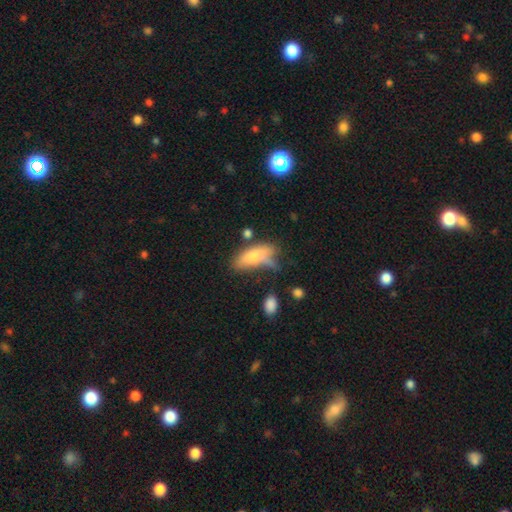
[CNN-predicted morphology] A smooth galaxy with no disk features (72%) that is in between round and cigar-shaped (73%). Merging: none (39%).